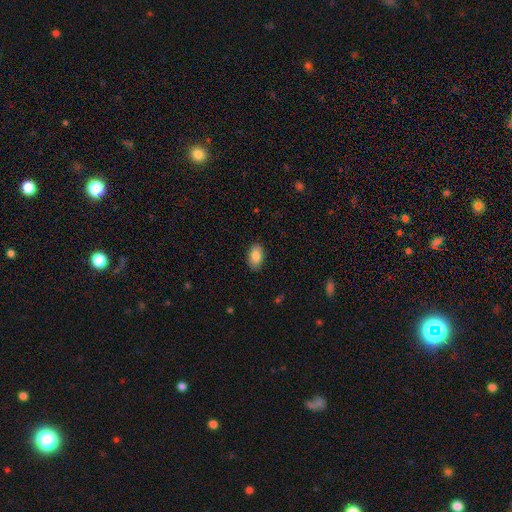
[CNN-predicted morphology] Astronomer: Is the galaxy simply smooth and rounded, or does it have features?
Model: smooth — 86%.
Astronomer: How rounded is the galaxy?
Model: in between — 92%.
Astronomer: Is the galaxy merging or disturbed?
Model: none — 87%.